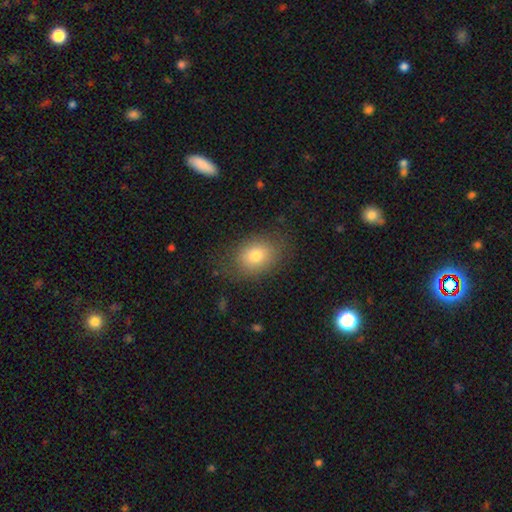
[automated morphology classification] Smooth or featured? smooth (77%)
How rounded? in between (65%)
Merging? none (78%)